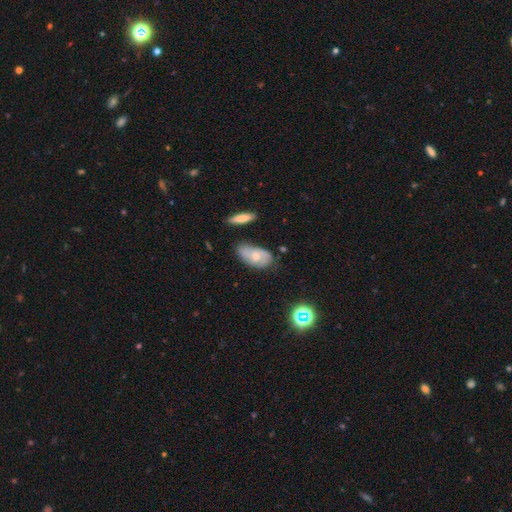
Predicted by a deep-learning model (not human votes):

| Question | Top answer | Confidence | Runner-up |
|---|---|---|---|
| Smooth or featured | featured or disk | 52% | smooth (40%) |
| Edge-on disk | no | 92% | yes (8%) |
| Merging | none | 64% | minor disturbance (25%) |